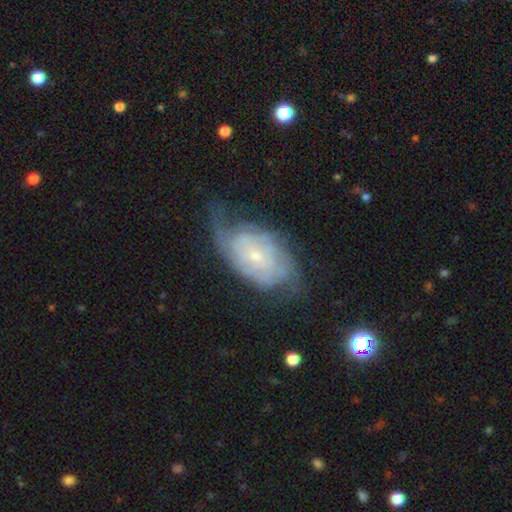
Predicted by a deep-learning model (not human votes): smooth_or_featured: featured or disk (p=0.76) [alt: smooth p=0.18]
disk_edge_on: no (p=0.95) [alt: yes p=0.05]
bar: no (p=0.69) [alt: weak p=0.27]
has_spiral_arms: yes (p=0.89) [alt: no p=0.11]
spiral_winding: tight (p=0.57) [alt: medium p=0.30]
spiral_arm_count: can't tell (p=0.49) [alt: 2 p=0.25]
bulge_size: small (p=0.71) [alt: moderate p=0.24]
merging: none (p=0.50) [alt: minor disturbance p=0.29]